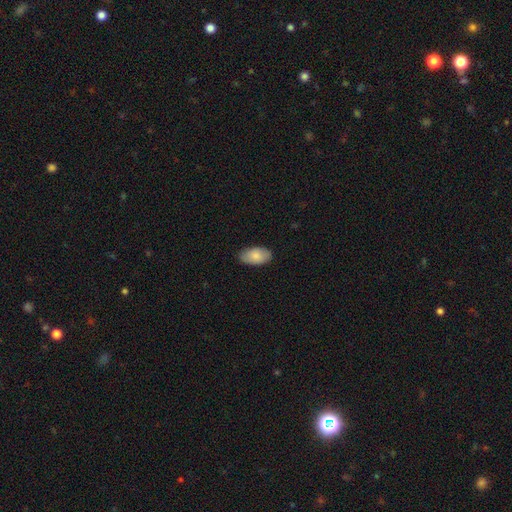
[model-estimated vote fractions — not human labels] smooth-or-featured: smooth: 83% | featured or disk: 11% | star or artifact: 6%
  how-rounded: in between: 95% | round: 3% | cigar-shaped: 2%
  merging: none: 85% | minor disturbance: 12% | major disturbance: 2% | merger: 1%